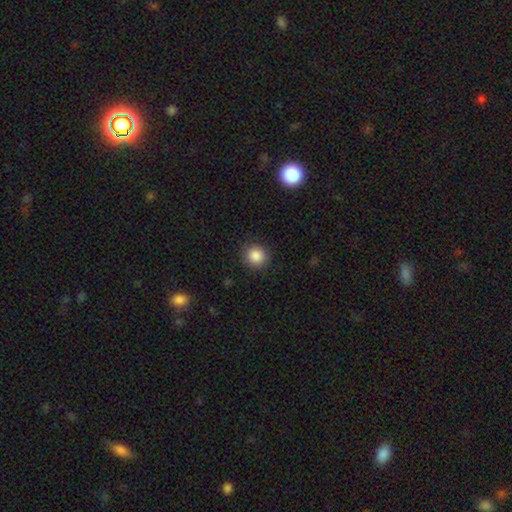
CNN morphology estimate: The model was most divided on "smooth or featured": smooth: 86%, star or artifact: 9%, featured or disk: 4%. More confident: how rounded — round (90%); merging — none (89%).